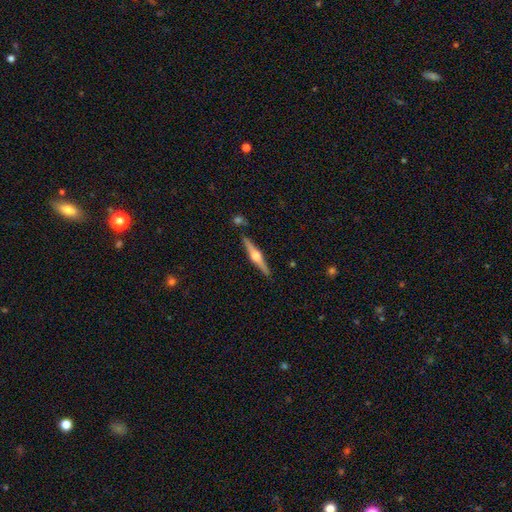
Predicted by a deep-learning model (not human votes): Smooth or featured? featured or disk (78%)
Edge-on disk? yes (98%)
Edge-on bulge? rounded (94%)
Merging? none (88%)